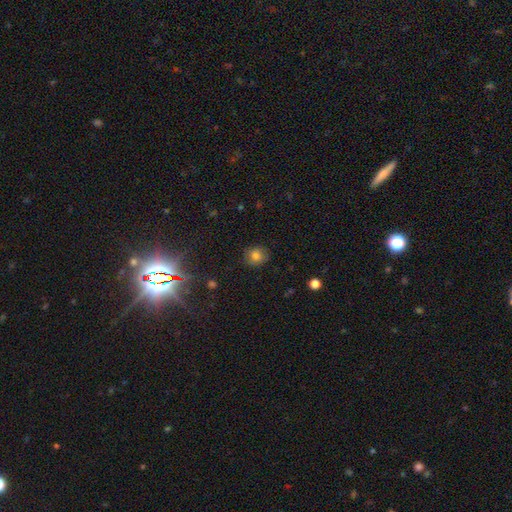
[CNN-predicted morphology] This appears to be a smooth galaxy with no disk features (78%) that is round (83%). Merging: none (84%).